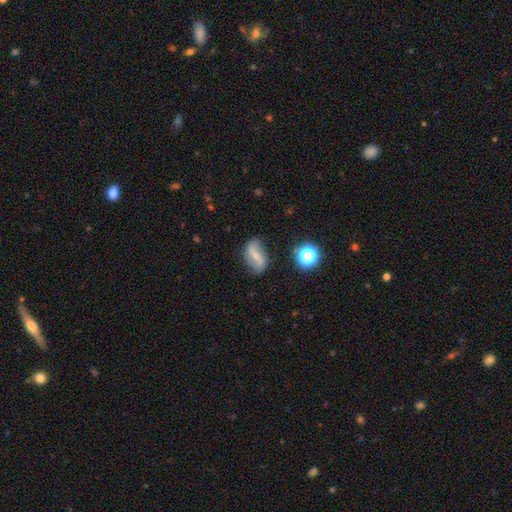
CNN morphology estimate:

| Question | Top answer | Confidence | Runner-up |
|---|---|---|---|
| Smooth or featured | featured or disk | 59% | smooth (30%) |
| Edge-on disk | no | 94% | yes (6%) |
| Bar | strong | 48% | weak (35%) |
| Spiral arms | yes | 76% | no (24%) |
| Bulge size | small | 58% | moderate (26%) |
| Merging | none | 72% | minor disturbance (19%) |